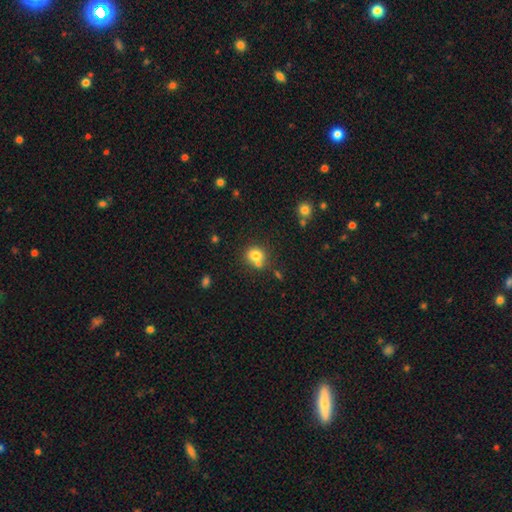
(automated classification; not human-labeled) smooth 77%, star or artifact 12%, featured or disk 11%. Down the decision tree: how rounded — round (79%); merging — none (55%).